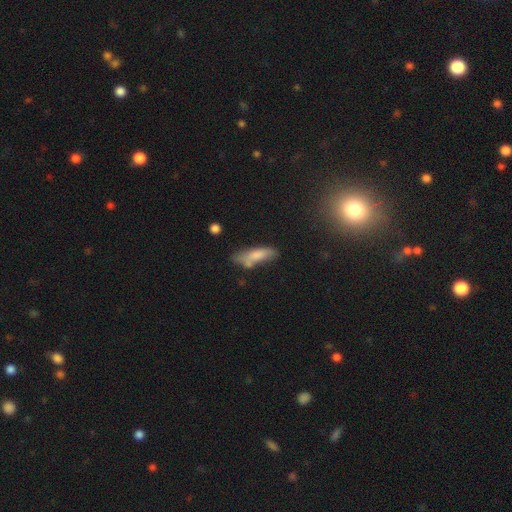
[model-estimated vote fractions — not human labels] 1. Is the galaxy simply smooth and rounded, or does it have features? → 71% smooth, 21% featured or disk, 8% star or artifact.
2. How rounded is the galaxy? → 53% cigar-shaped, 45% in between, 2% round.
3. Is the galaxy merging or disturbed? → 50% none, 27% minor disturbance, 14% merger, 10% major disturbance.